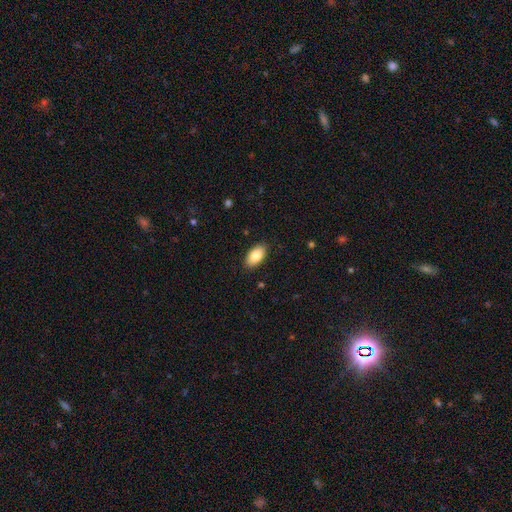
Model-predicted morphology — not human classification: smooth-or-featured: smooth: 83% | featured or disk: 10% | star or artifact: 7%
  how-rounded: in between: 94% | round: 4% | cigar-shaped: 3%
  merging: none: 89% | minor disturbance: 9% | major disturbance: 2% | merger: 1%